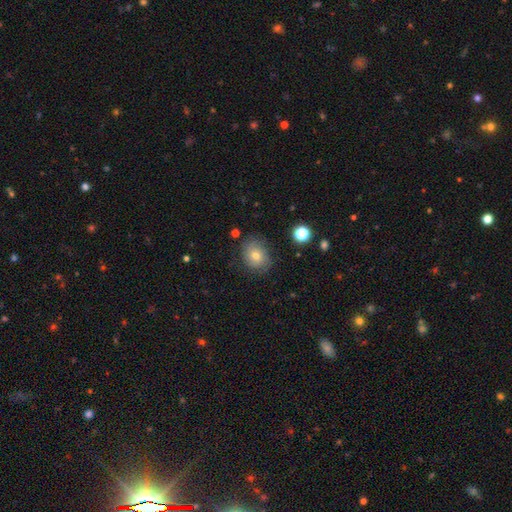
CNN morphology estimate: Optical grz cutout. It shows a smooth galaxy with no disk features (64%) that is round (58%). Merging: none (75%).